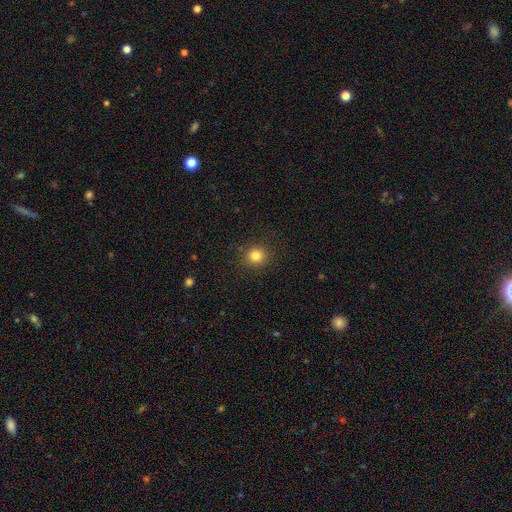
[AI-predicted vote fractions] Smooth or featured? smooth (82%)
How rounded? round (91%)
Merging? none (91%)